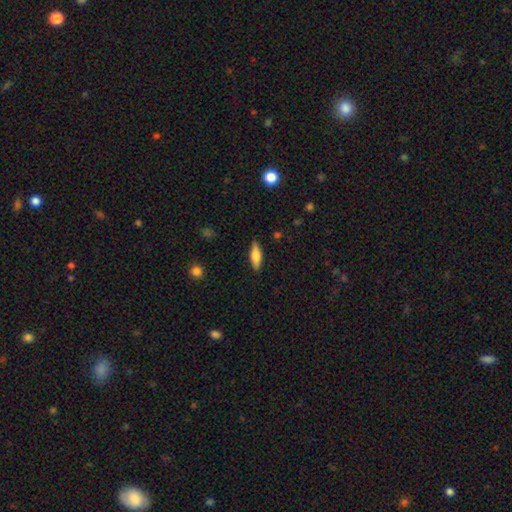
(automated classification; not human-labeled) This is likely a smooth galaxy (62%). How rounded: possibly in between (51%). Merging: clearly none (87%).